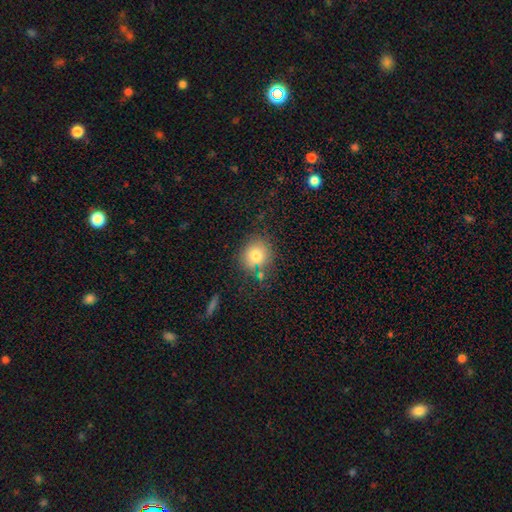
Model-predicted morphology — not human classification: Smooth or featured? Predicted: smooth (p=0.79). How rounded? Predicted: round (p=0.81). Merging? Predicted: none (p=0.76).